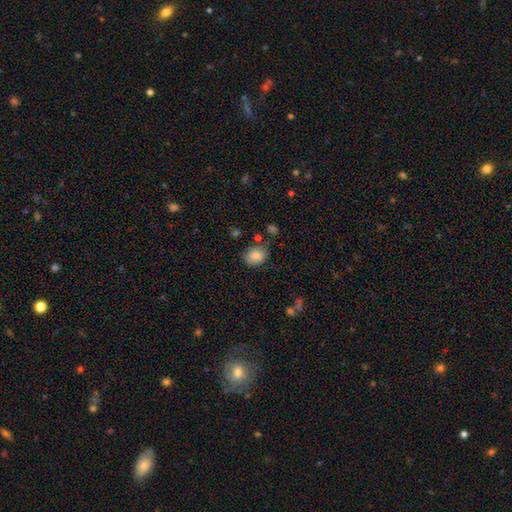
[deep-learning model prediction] A smooth galaxy with no disk features (83%) that is round (51%). Merging: none (73%).